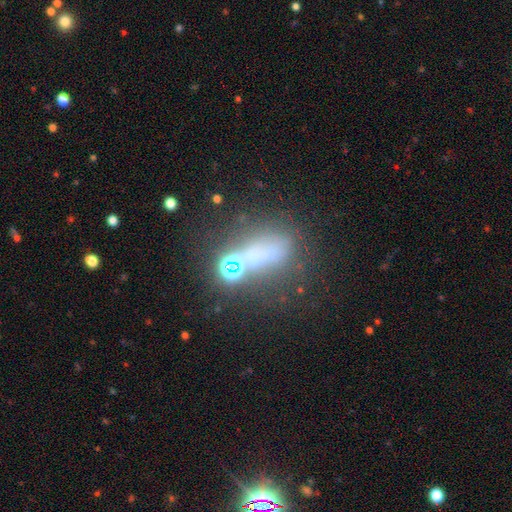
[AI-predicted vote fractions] This is marginally a smooth galaxy (40%). Merging: marginally none (33%).